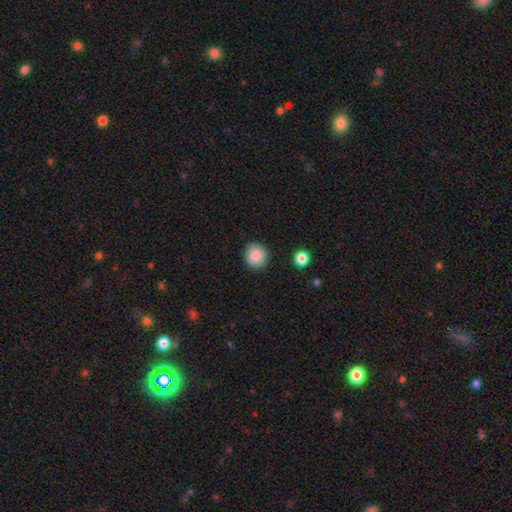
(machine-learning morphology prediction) Overall: smooth (88%). How rounded: round (90%). Merging: none (88%).